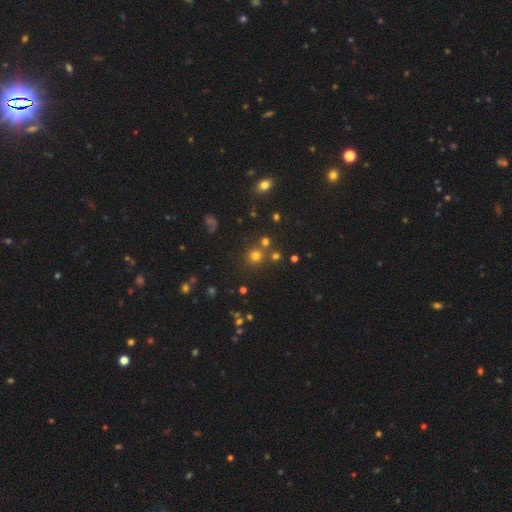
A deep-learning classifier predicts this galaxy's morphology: The model was most divided on "smooth or featured": smooth: 69%, star or artifact: 23%, featured or disk: 8%. More confident: how rounded — round (91%); merging — none (76%).